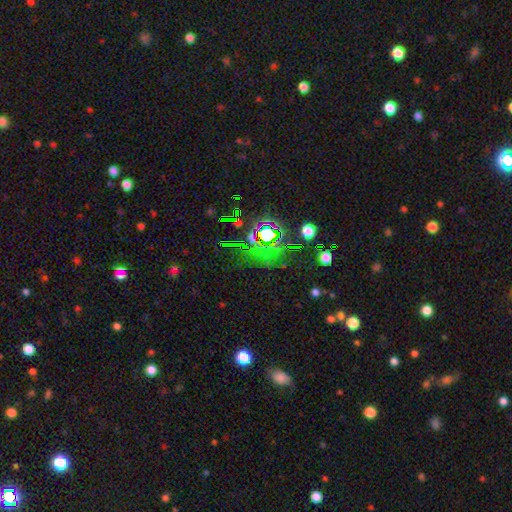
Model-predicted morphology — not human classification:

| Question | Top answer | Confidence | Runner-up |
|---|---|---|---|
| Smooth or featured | star or artifact | 74% | smooth (15%) |